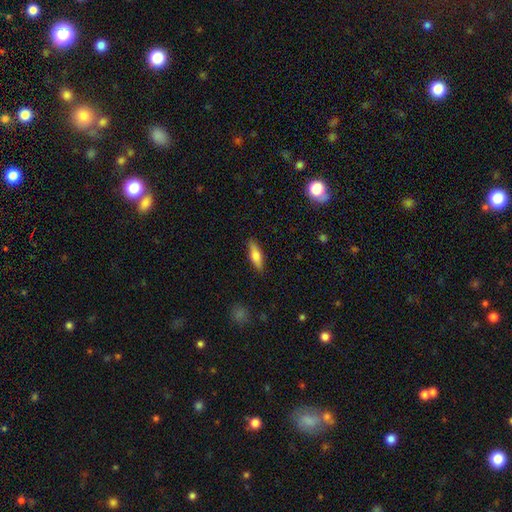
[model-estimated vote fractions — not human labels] Morphology: type=smooth (70%); roundness=in between (51%); merging=none (86%).